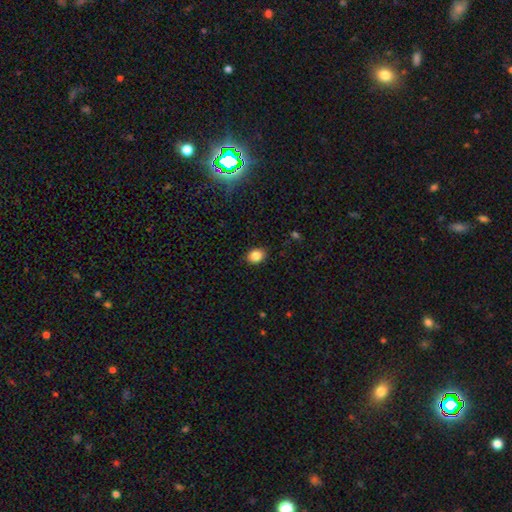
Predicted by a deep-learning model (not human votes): A smooth galaxy with no disk features (85%) that is in between round and cigar-shaped (55%). Merging: none (87%).